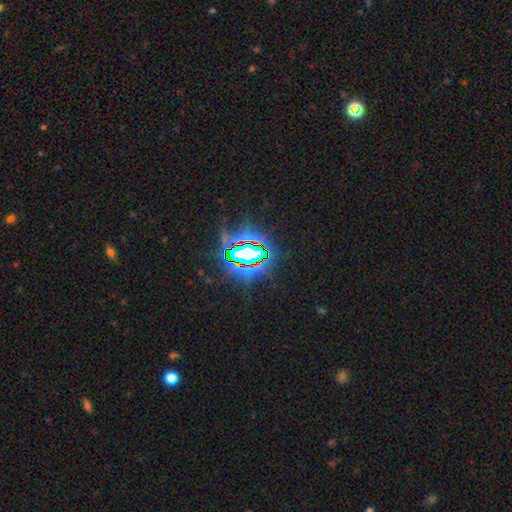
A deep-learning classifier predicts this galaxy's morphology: Q: Smooth or featured?
A: star or artifact (79%); runner-up: smooth (11%)